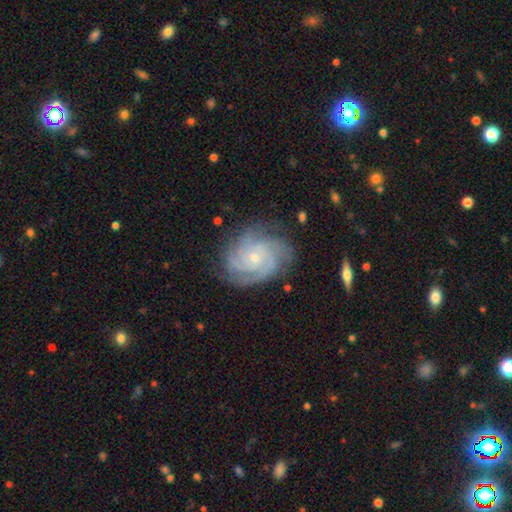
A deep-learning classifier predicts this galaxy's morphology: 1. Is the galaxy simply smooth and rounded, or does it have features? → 84% featured or disk, 8% star or artifact, 7% smooth.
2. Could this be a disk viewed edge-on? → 97% no, 3% yes.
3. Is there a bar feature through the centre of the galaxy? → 75% no, 20% weak, 5% strong.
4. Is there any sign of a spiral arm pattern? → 98% yes, 2% no.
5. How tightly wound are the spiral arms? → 70% tight, 26% medium, 4% loose.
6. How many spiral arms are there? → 32% 4, 23% 3, 17% can't tell, 11% more than 4, 10% 2, 7% 1.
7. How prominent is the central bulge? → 74% small, 22% moderate, 2% none, 1% large, 1% dominant.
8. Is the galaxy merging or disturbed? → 80% none, 14% minor disturbance, 4% major disturbance, 1% merger.